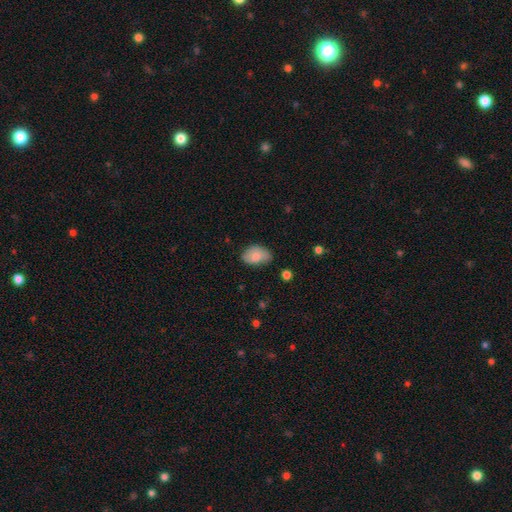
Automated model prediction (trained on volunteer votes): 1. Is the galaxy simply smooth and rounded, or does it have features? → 77% smooth, 16% featured or disk, 7% star or artifact.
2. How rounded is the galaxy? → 88% in between, 11% round, 1% cigar-shaped.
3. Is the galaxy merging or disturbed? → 65% none, 28% minor disturbance, 5% major disturbance, 2% merger.